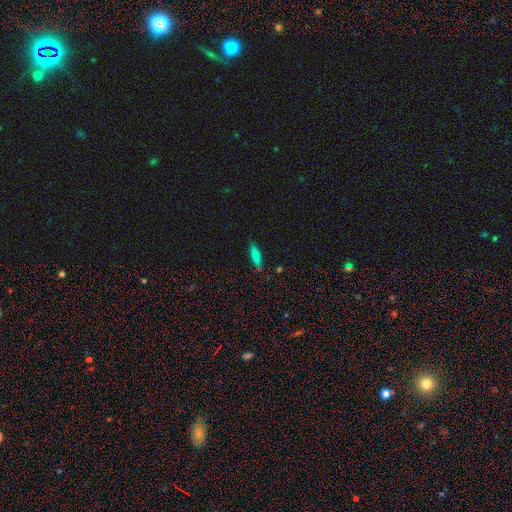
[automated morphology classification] type=smooth (72%); roundness=cigar-shaped (54%); merging=none (80%).